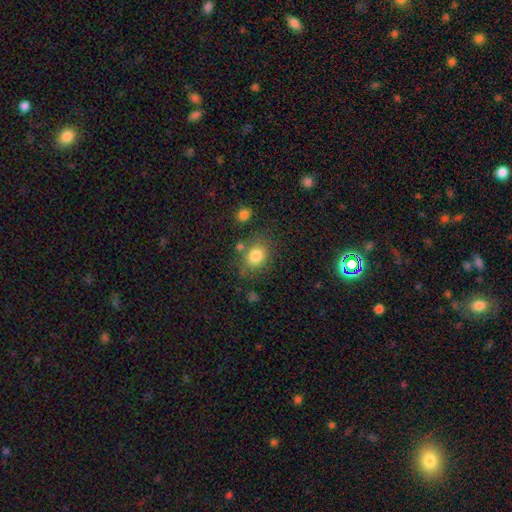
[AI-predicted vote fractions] Morphology: type=smooth (82%); roundness=round (50%); merging=none (69%).